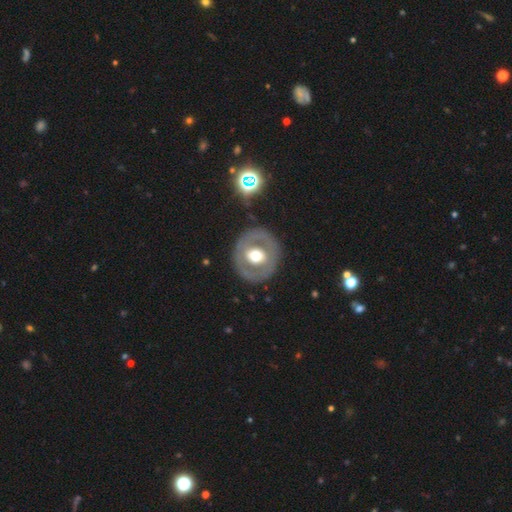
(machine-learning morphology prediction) smooth-or-featured: featured or disk: 54% | smooth: 40% | star or artifact: 6%
  disk-edge-on: no: 95% | yes: 5%
    bar: no: 71% | weak: 19% | strong: 11%
    has-spiral-arms: no: 86% | yes: 14%
    bulge-size: moderate: 61% | large: 32% | small: 4% | dominant: 2% | none: 1%
  merging: none: 83% | minor disturbance: 10% | major disturbance: 5% | merger: 2%